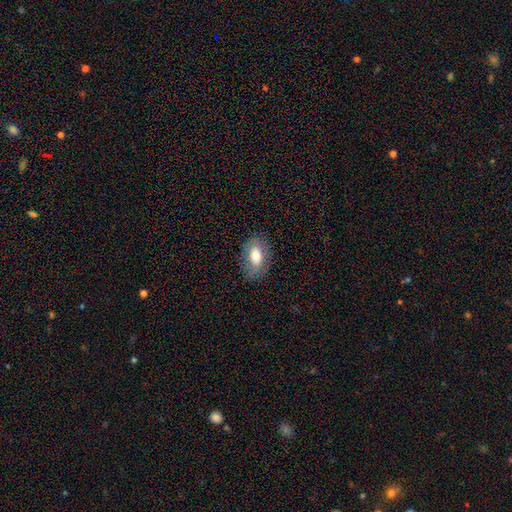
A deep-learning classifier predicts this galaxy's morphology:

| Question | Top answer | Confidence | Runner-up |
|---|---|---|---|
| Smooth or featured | smooth | 67% | featured or disk (25%) |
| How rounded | in between | 87% | round (11%) |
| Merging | none | 78% | minor disturbance (15%) |